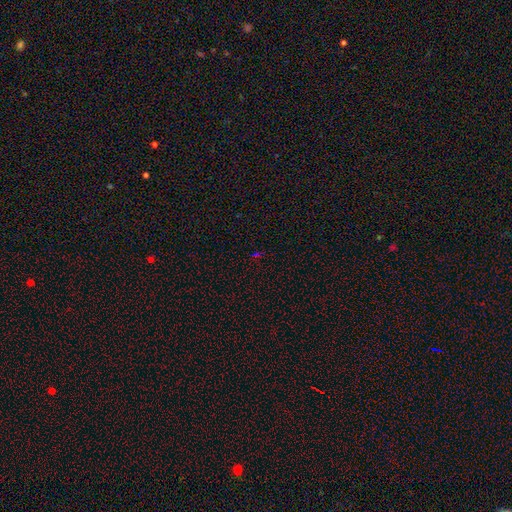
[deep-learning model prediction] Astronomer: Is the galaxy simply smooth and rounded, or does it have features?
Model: star or artifact — 65%.